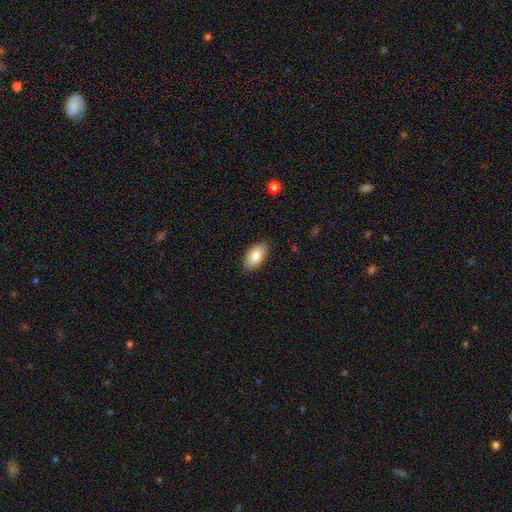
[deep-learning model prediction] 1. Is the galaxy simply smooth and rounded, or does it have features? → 82% smooth, 11% featured or disk, 7% star or artifact.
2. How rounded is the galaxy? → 94% in between, 3% round, 2% cigar-shaped.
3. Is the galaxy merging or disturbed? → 88% none, 9% minor disturbance, 2% major disturbance, 1% merger.